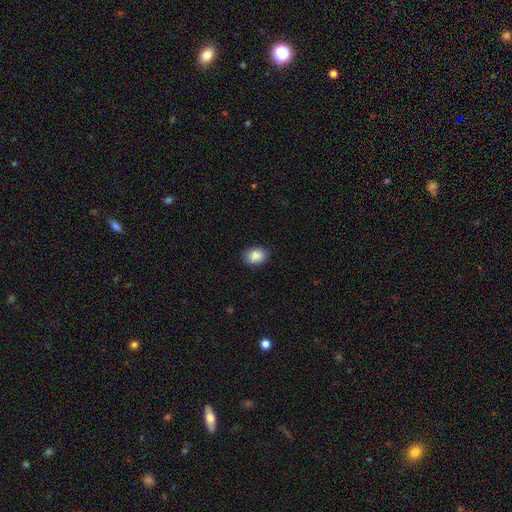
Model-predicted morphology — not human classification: Overall: smooth (88%). How rounded: in between (73%). Merging: none (88%).